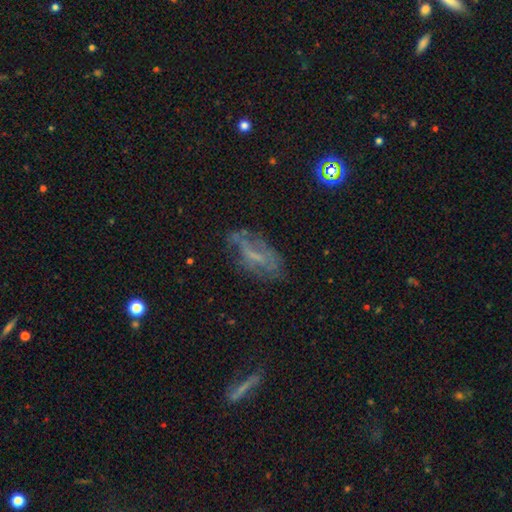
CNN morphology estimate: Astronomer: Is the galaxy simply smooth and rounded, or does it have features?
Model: featured or disk — 55%.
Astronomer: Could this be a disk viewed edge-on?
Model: no — 86%.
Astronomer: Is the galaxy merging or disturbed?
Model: none — 52%.